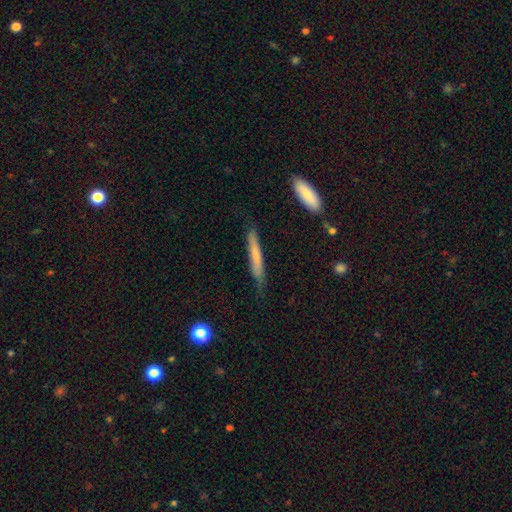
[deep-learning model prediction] Smooth or featured? Predicted: smooth (p=0.64). How rounded? Predicted: cigar-shaped (p=0.94). Merging? Predicted: none (p=0.72).